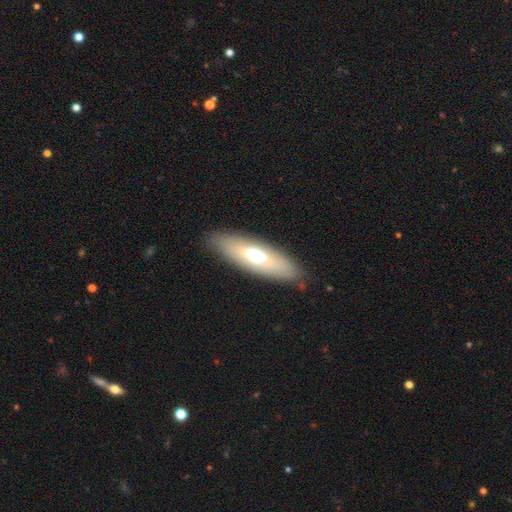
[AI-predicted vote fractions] Smooth or featured?
  - smooth: 57% *
  - featured or disk: 36%
  - star or artifact: 7%
How rounded?
  - in between: 55% *
  - cigar-shaped: 43%
  - round: 2%
Merging?
  - none: 85% *
  - minor disturbance: 11%
  - major disturbance: 3%
  - merger: 1%